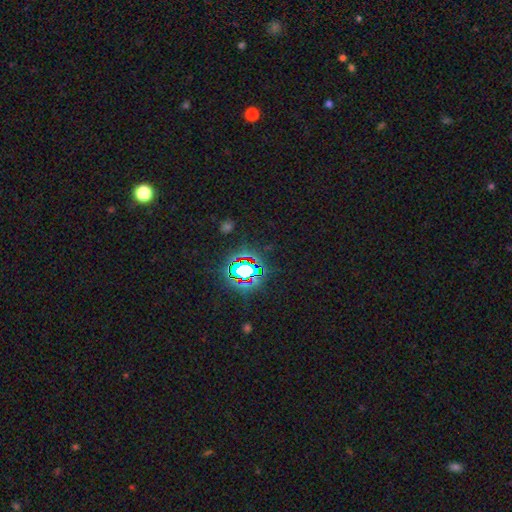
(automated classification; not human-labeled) This is likely a star or artifact rather than a galaxy (77%).